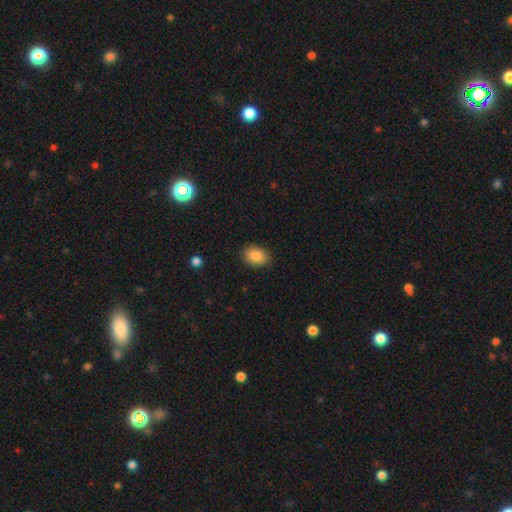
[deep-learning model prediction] A smooth galaxy with no disk features (88%) that is in between round and cigar-shaped (73%). Merging: none (85%).